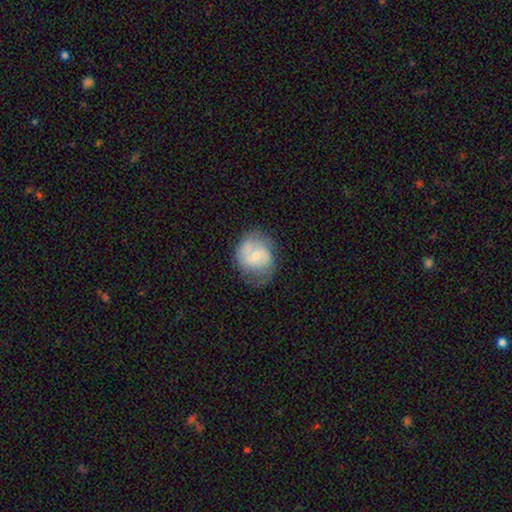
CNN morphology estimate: smooth_or_featured: featured or disk (p=0.49) [alt: smooth p=0.44]
merging: none (p=0.52) [alt: minor disturbance p=0.29]